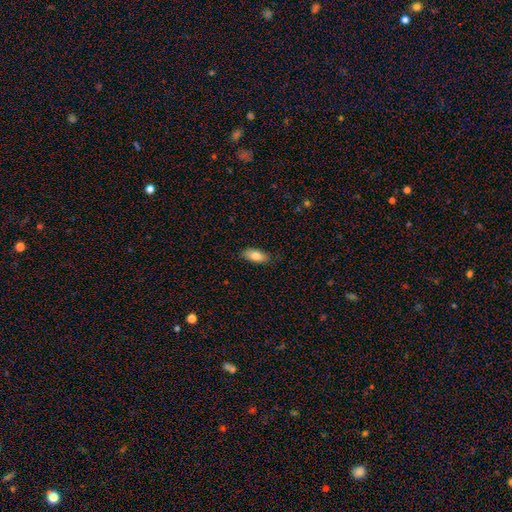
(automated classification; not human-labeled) A smooth galaxy with no disk features (80%) that is in between round and cigar-shaped (85%).

Vote fractions:
- Smooth or featured? smooth: 80% / featured or disk: 13% / star or artifact: 7%
- How rounded? in between: 85% / cigar-shaped: 12% / round: 3%
- Merging? none: 85% / minor disturbance: 12% / major disturbance: 2% / merger: 1%